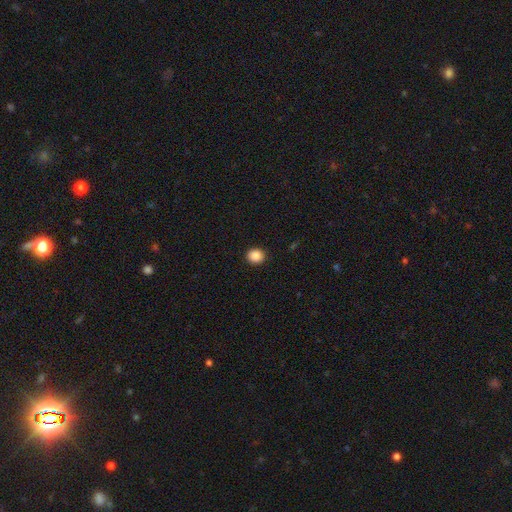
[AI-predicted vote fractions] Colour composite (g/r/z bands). It shows a smooth galaxy with no disk features (88%) that is round (84%). Merging: none (92%).